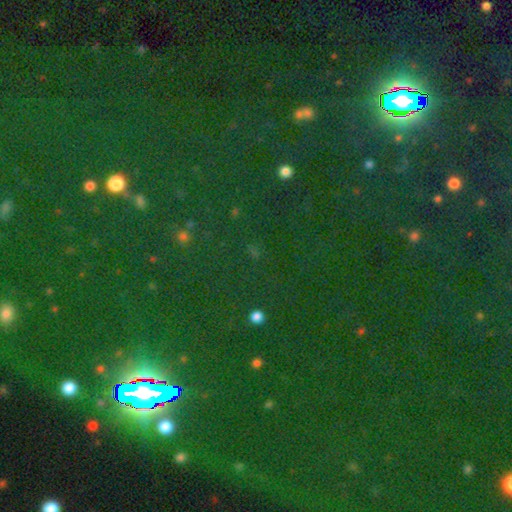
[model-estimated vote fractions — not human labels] Smooth or featured? Predicted: star or artifact (p=0.77).